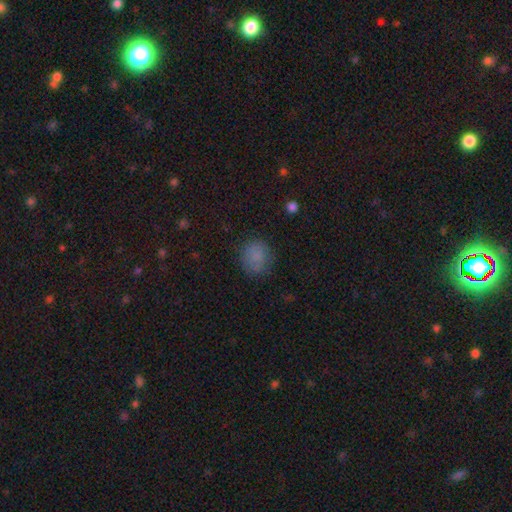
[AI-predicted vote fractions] Morphology: type=smooth (81%); roundness=round (79%); merging=none (78%).